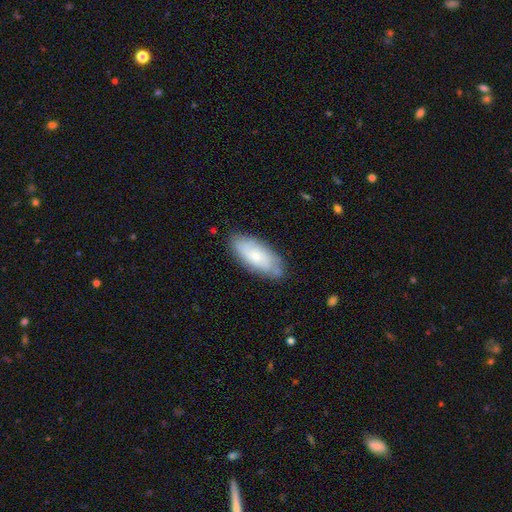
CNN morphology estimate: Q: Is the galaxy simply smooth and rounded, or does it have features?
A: smooth — 55%.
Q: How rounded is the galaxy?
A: in between — 81%.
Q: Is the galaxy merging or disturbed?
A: none — 77%.